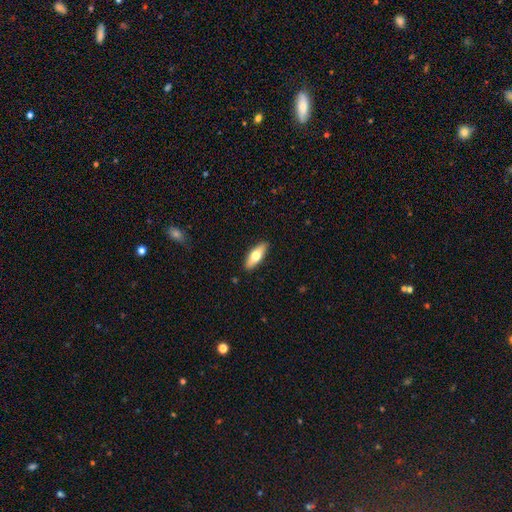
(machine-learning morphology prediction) The model was most divided on "smooth or featured": smooth: 65%, featured or disk: 29%, star or artifact: 6%. More confident: merging — none (89%); how rounded — in between (67%).